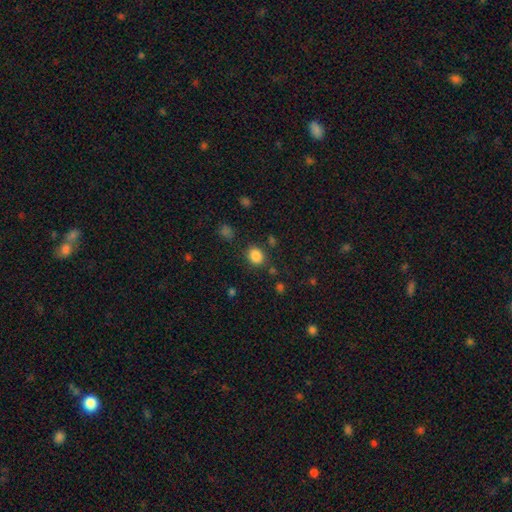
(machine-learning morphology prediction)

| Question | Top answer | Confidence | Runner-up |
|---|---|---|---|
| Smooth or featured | smooth | 85% | star or artifact (11%) |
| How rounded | round | 58% | in between (41%) |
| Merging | none | 82% | minor disturbance (10%) |